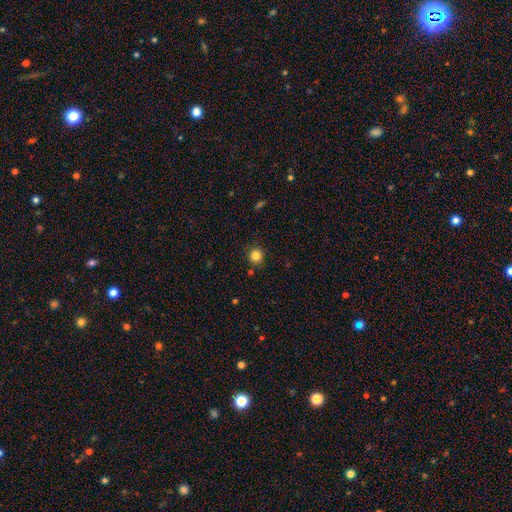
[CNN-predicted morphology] The model was most divided on "smooth or featured": smooth: 83%, star or artifact: 12%, featured or disk: 5%. More confident: how rounded — round (92%); merging — none (87%).